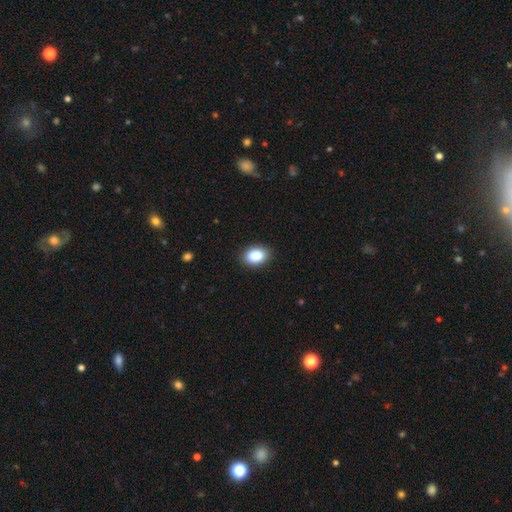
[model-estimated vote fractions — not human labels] Overall: smooth (89%). How rounded: in between (81%). Merging: none (87%).